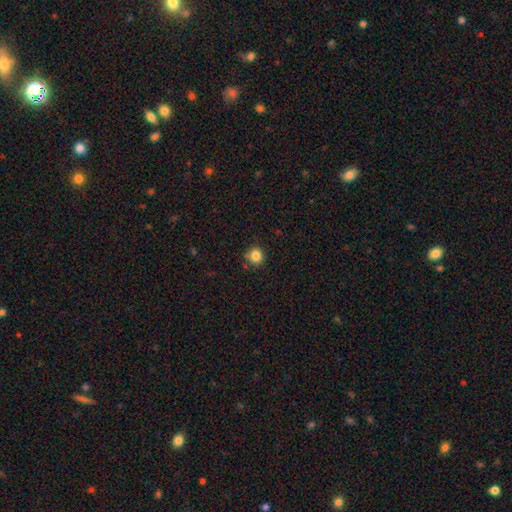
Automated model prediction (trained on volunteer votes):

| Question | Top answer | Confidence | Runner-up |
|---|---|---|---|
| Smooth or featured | smooth | 84% | star or artifact (11%) |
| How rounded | round | 86% | in between (13%) |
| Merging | none | 81% | minor disturbance (13%) |